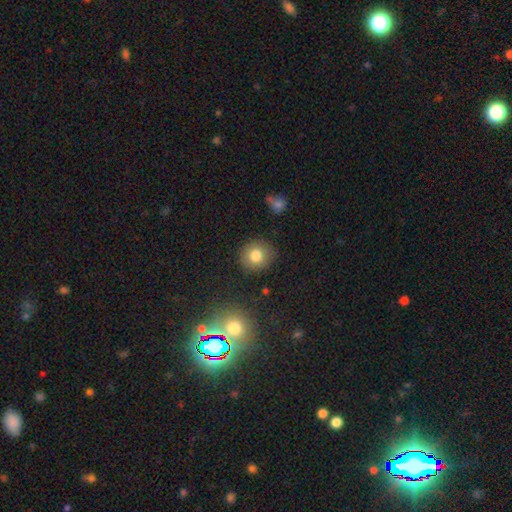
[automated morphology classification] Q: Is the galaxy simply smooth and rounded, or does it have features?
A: smooth — 80%.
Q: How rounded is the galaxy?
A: round — 87%.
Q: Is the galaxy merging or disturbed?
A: none — 86%.